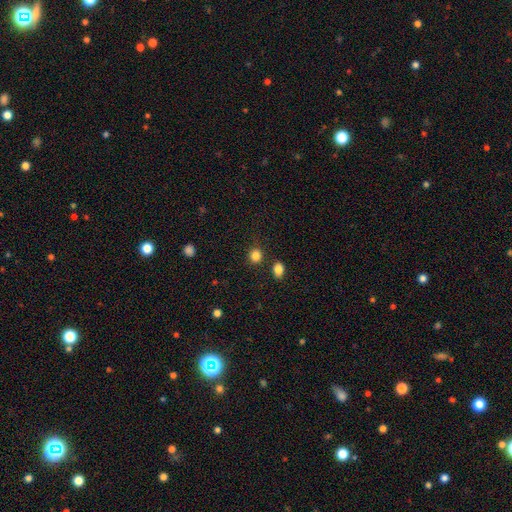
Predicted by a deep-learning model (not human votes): smooth-or-featured: smooth: 84% | star or artifact: 12% | featured or disk: 4%
  how-rounded: round: 82% | in between: 17% | cigar-shaped: 1%
  merging: none: 81% | minor disturbance: 9% | merger: 7% | major disturbance: 3%